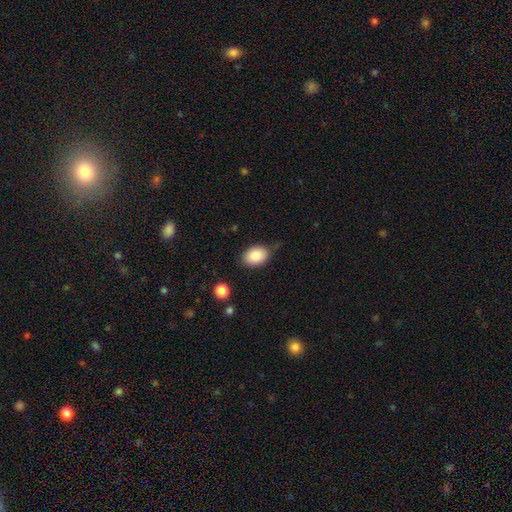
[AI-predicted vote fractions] smooth-or-featured: smooth: 86% | star or artifact: 7% | featured or disk: 6%
  how-rounded: in between: 77% | round: 22% | cigar-shaped: 1%
  merging: none: 72% | minor disturbance: 20% | major disturbance: 5% | merger: 3%